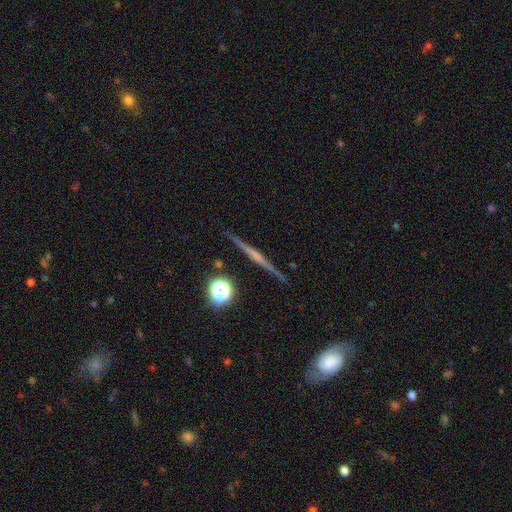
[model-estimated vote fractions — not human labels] smooth_or_featured: featured or disk (p=0.74) [alt: smooth p=0.16]
disk_edge_on: yes (p=0.98) [alt: no p=0.02]
edge_on_bulge: rounded (p=0.48) [alt: none p=0.38]
merging: none (p=0.91) [alt: minor disturbance p=0.06]